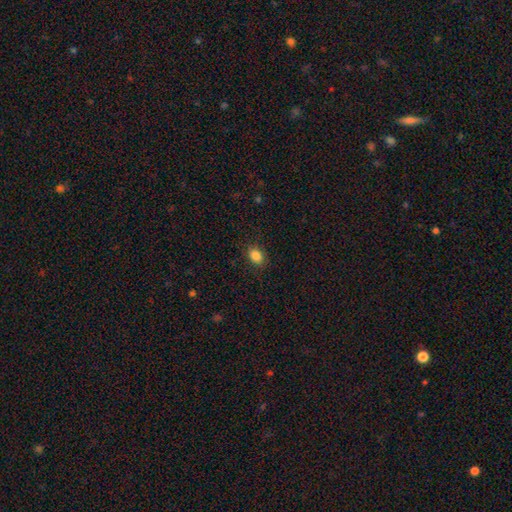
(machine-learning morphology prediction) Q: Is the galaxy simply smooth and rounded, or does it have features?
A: smooth — 86%.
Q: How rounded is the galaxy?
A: in between — 67%.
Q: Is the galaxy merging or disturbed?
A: none — 88%.